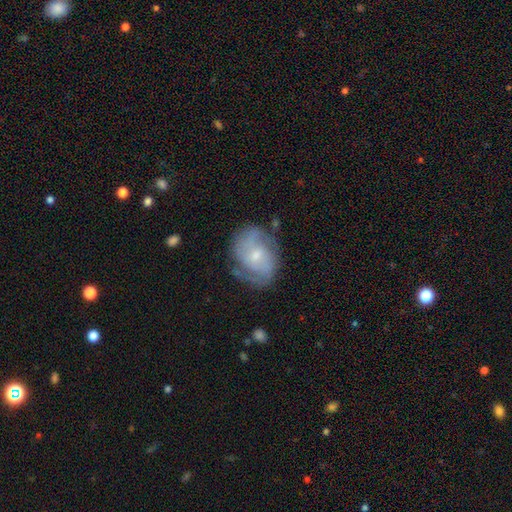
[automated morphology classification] Smooth or featured? Predicted: featured or disk (p=0.71). Edge-on disk? Predicted: no (p=0.97). Bar? Predicted: no (p=0.51). Spiral arms? Predicted: yes (p=0.87). Spiral winding? Predicted: medium (p=0.45). Spiral arm count? Predicted: 2 (p=0.61). Bulge size? Predicted: small (p=0.53). Merging? Predicted: none (p=0.65).